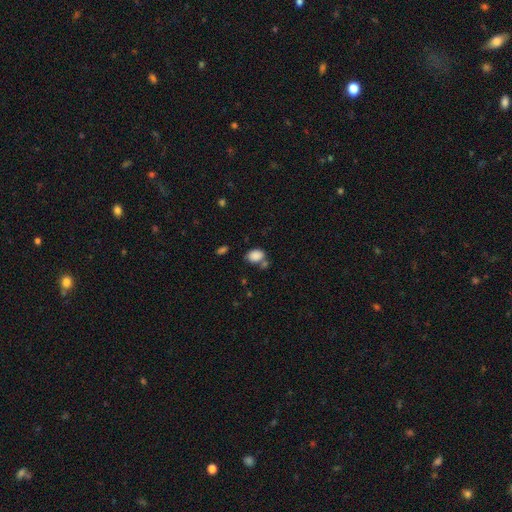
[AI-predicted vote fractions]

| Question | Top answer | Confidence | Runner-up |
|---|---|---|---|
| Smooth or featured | smooth | 86% | star or artifact (9%) |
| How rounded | in between | 71% | round (27%) |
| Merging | none | 57% | merger (21%) |